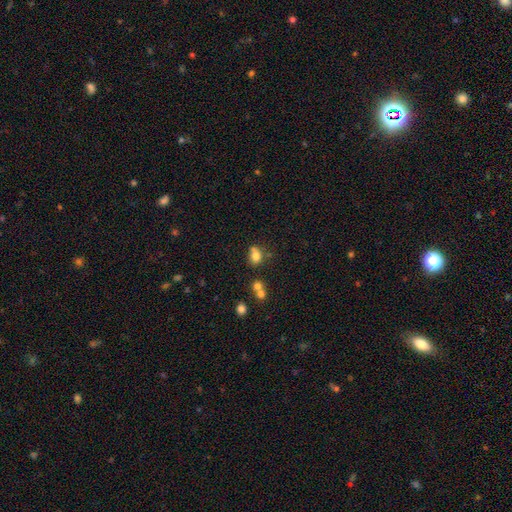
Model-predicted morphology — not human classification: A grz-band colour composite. It shows a smooth galaxy with no disk features (77%) that is round (59%). Merging: none (49%).